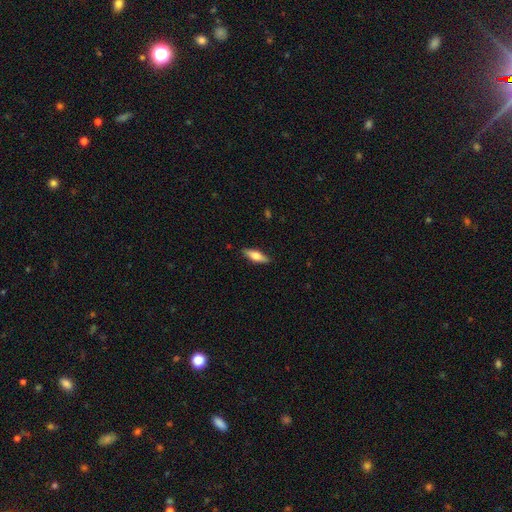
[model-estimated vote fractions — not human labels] Smooth or featured?
  - smooth: 59% *
  - featured or disk: 35%
  - star or artifact: 6%
How rounded?
  - in between: 53% *
  - cigar-shaped: 45%
  - round: 2%
Merging?
  - none: 87% *
  - minor disturbance: 10%
  - major disturbance: 2%
  - merger: 1%